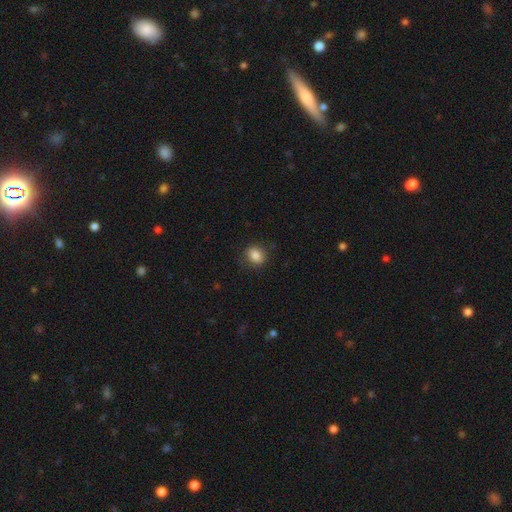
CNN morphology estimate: Smooth or featured: smooth — 85% (star or artifact — 9%)
How rounded: round — 59% (in between — 40%)
Merging: none — 83% (minor disturbance — 12%)